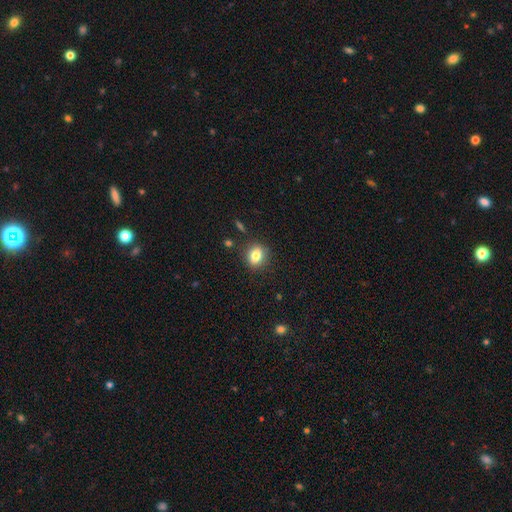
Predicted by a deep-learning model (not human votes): Morphology: type=smooth (81%); roundness=round (54%); merging=none (86%).